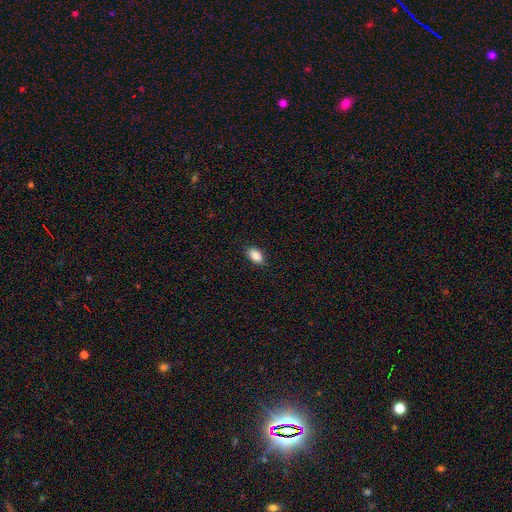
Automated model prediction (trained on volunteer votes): Q: Smooth or featured?
A: smooth (89%); runner-up: star or artifact (8%)
Q: How rounded?
A: in between (91%); runner-up: round (6%)
Q: Merging?
A: none (86%); runner-up: minor disturbance (10%)